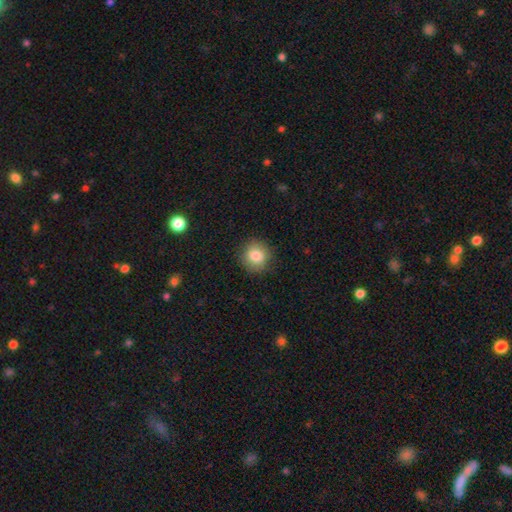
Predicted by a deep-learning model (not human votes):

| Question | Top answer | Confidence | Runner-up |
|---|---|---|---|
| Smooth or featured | smooth | 83% | star or artifact (10%) |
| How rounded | round | 89% | in between (10%) |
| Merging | none | 88% | minor disturbance (9%) |